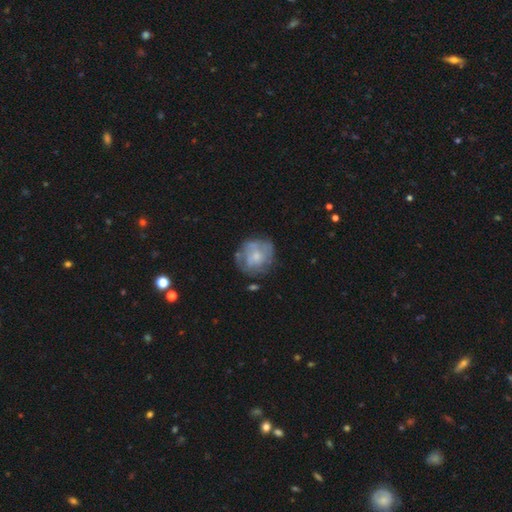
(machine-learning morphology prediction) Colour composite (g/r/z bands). It shows a featured or disk galaxy (50%). Merging: none (60%).